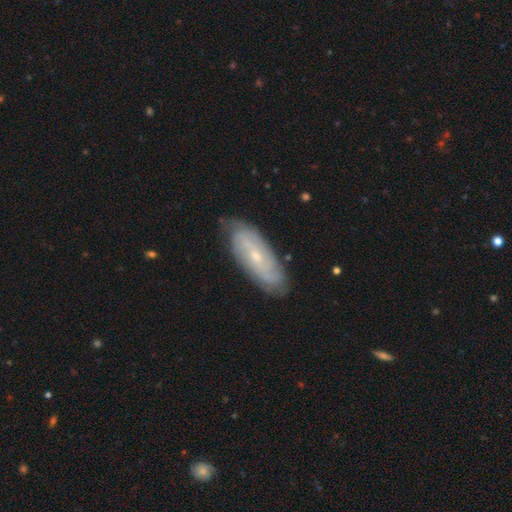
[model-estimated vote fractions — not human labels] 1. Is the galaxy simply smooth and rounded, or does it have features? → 72% featured or disk, 21% smooth, 6% star or artifact.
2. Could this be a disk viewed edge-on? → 87% no, 13% yes.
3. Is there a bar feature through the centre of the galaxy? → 57% no, 34% weak, 9% strong.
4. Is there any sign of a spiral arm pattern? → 89% yes, 11% no.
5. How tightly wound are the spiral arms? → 58% tight, 30% medium, 12% loose.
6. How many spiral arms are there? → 45% can't tell, 29% 2, 10% 3, 7% 4, 4% more than 4, 4% 1.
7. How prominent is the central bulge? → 72% small, 24% moderate, 2% none, 1% large, 1% dominant.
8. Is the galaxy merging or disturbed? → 80% none, 16% minor disturbance, 3% major disturbance, 1% merger.